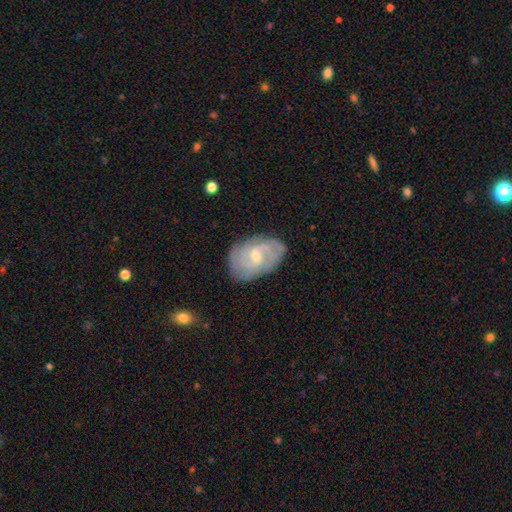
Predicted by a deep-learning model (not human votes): The model was most divided on "spiral arm count": 2: 33%, can't tell: 28%, 3: 21%, 4: 9%, 1: 5%, more than 4: 5%. More confident: edge-on disk — no (97%); spiral arms — yes (95%); smooth or featured — featured or disk (82%); merging — none (78%); spiral winding — tight (57%); bulge size — small (54%); bar — weak (52%).